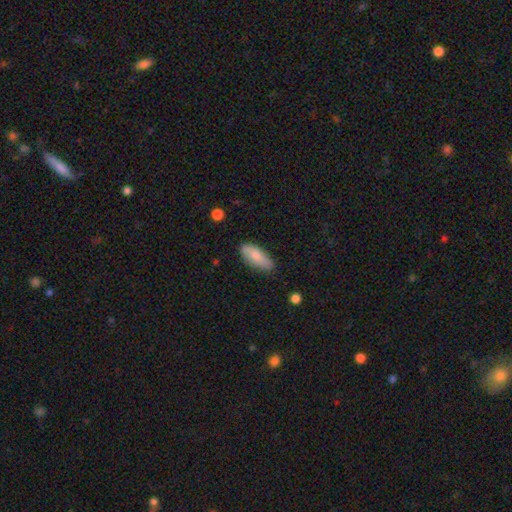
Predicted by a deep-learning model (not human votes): A smooth galaxy with no disk features (78%) that is in between round and cigar-shaped (81%).

Vote fractions:
- Smooth or featured? smooth: 78% / featured or disk: 16% / star or artifact: 6%
- How rounded? in between: 81% / cigar-shaped: 16% / round: 2%
- Merging? none: 76% / minor disturbance: 19% / major disturbance: 3% / merger: 2%